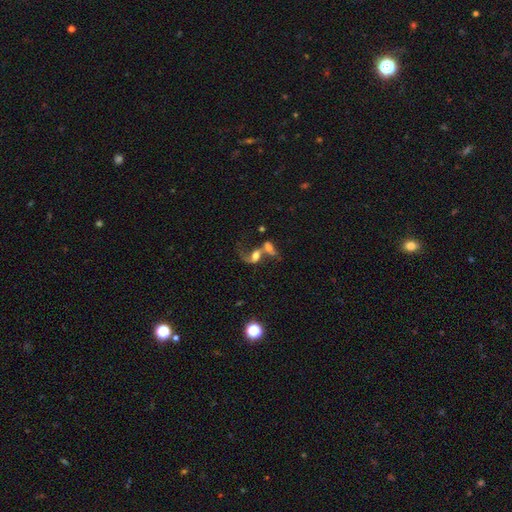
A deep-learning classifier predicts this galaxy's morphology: Q: Smooth or featured?
A: featured or disk (50%); runner-up: smooth (38%)
Q: Merging?
A: merger (72%); runner-up: major disturbance (12%)